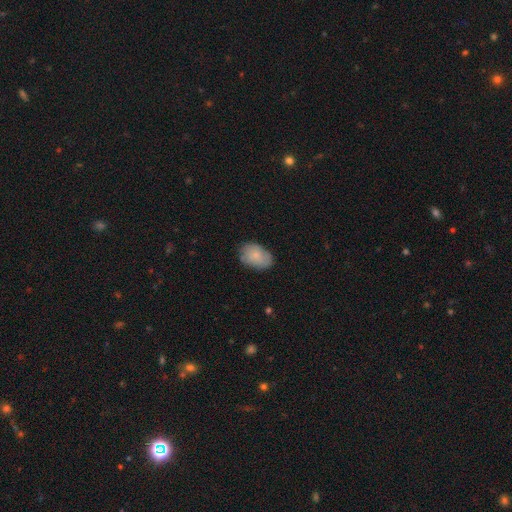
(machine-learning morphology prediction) Smooth or featured?
  - smooth: 80% *
  - featured or disk: 14%
  - star or artifact: 6%
How rounded?
  - in between: 86% *
  - round: 13%
  - cigar-shaped: 1%
Merging?
  - none: 76% *
  - minor disturbance: 19%
  - major disturbance: 4%
  - merger: 1%